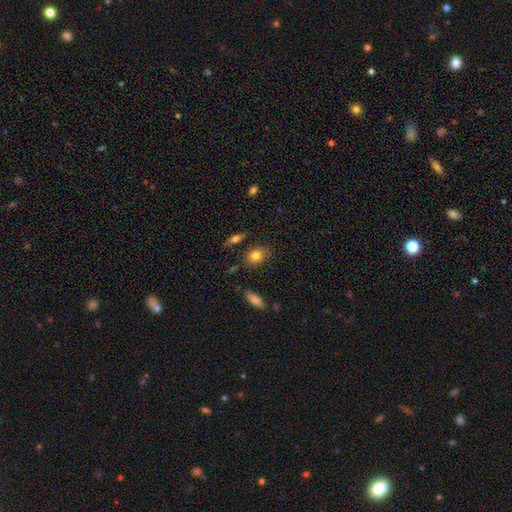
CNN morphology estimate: The model was most divided on "how rounded": in between: 59%, round: 39%, cigar-shaped: 3%. More confident: smooth or featured — smooth (82%); merging — none (80%).